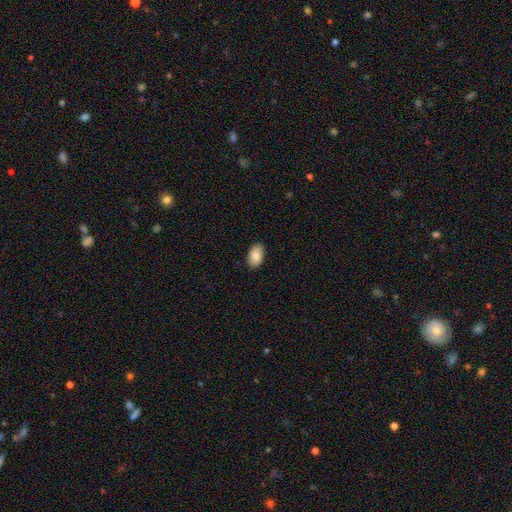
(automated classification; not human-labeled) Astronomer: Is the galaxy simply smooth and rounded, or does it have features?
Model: smooth — 86%.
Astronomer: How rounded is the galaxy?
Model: in between — 92%.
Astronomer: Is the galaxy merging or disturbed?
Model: none — 87%.